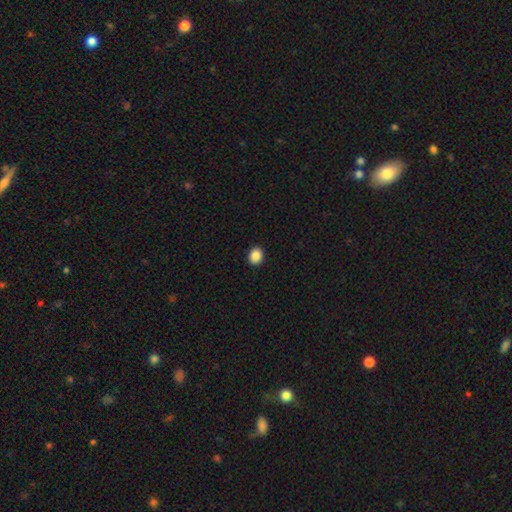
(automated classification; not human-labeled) This is clearly a smooth galaxy (87%). How rounded: likely round (71%). Merging: clearly none (93%).